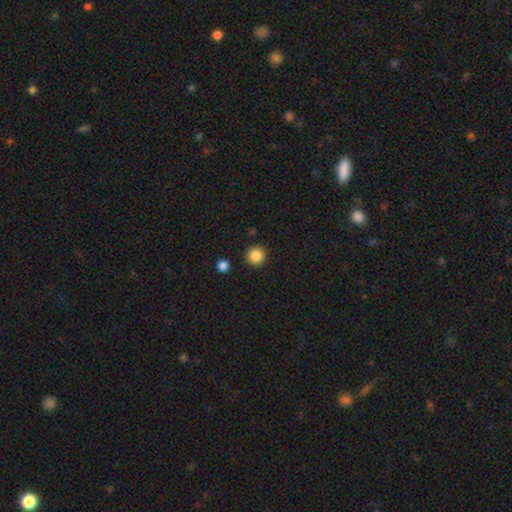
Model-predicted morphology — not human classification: type=smooth (87%); roundness=round (95%); merging=none (91%).